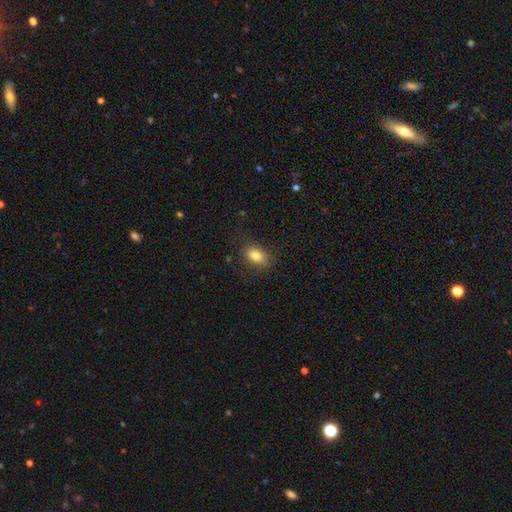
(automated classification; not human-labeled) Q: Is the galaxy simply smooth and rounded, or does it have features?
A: smooth — 82%.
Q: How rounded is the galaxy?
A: in between — 79%.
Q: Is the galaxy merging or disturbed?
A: none — 81%.